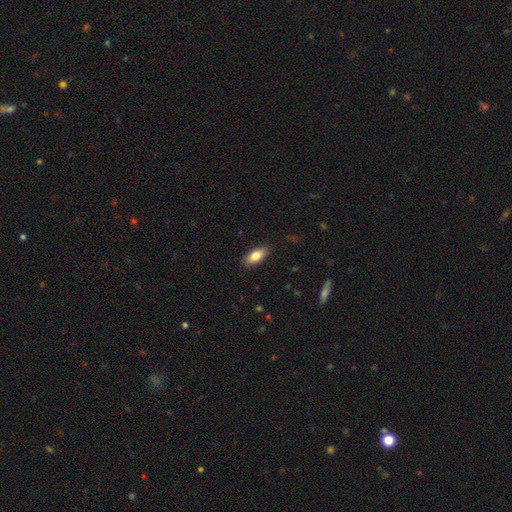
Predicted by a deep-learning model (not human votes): Smooth or featured?
  - smooth: 82% *
  - featured or disk: 11%
  - star or artifact: 7%
How rounded?
  - in between: 87% *
  - cigar-shaped: 10%
  - round: 3%
Merging?
  - none: 88% *
  - minor disturbance: 9%
  - major disturbance: 2%
  - merger: 1%